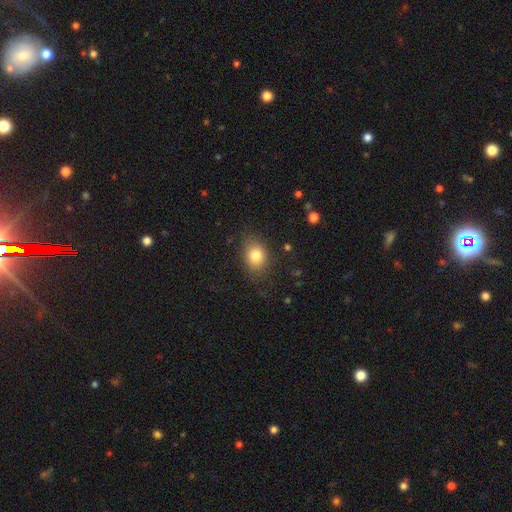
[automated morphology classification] smooth-or-featured: smooth: 81% | star or artifact: 10% | featured or disk: 9%
  how-rounded: in between: 61% | round: 38% | cigar-shaped: 1%
  merging: none: 77% | minor disturbance: 17% | major disturbance: 5% | merger: 1%